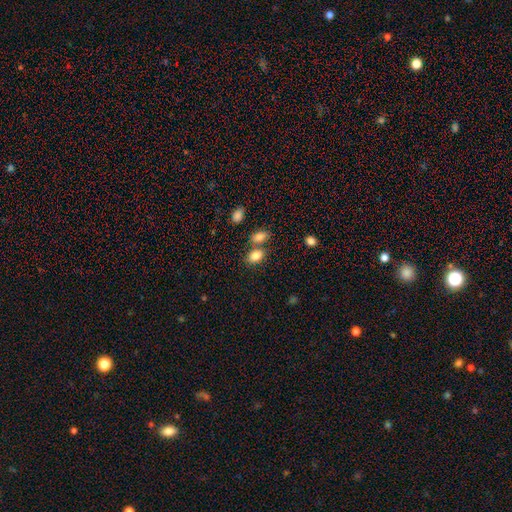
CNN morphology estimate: smooth_or_featured: smooth (p=0.84) [alt: star or artifact p=0.09]
how_rounded: in between (p=0.81) [alt: round p=0.17]
merging: none (p=0.57) [alt: merger p=0.27]